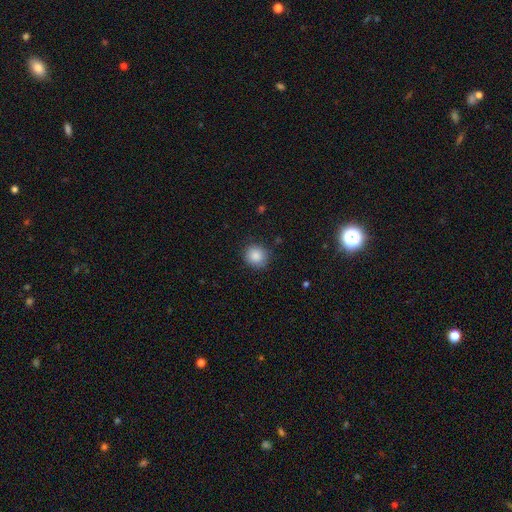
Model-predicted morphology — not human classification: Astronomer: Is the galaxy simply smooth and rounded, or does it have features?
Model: smooth — 86%.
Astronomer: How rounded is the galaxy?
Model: round — 89%.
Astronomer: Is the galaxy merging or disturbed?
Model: none — 85%.